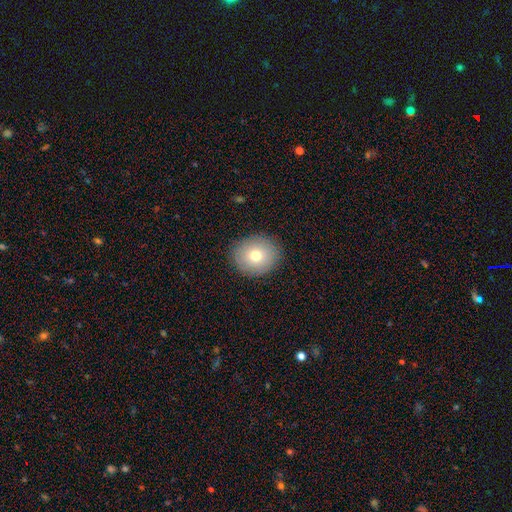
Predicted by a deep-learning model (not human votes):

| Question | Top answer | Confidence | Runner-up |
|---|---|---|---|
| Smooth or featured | smooth | 73% | featured or disk (16%) |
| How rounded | round | 73% | in between (26%) |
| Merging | none | 89% | minor disturbance (8%) |